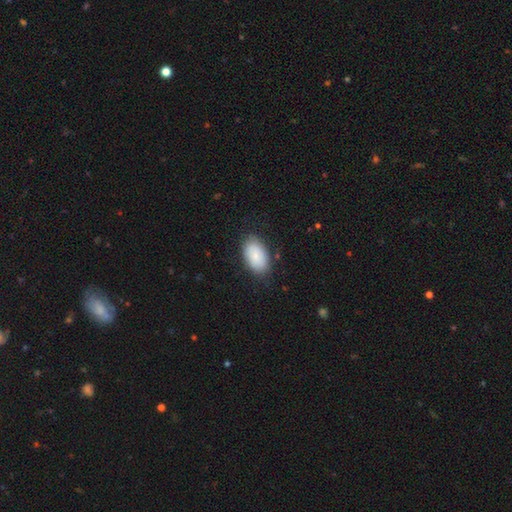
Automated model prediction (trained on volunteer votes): Overall: smooth (84%). How rounded: in between (94%). Merging: none (81%).